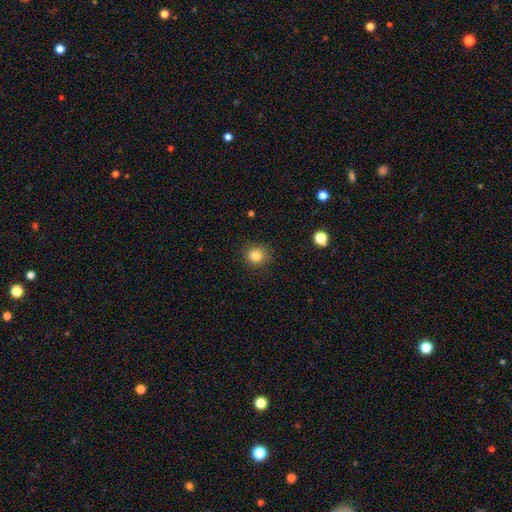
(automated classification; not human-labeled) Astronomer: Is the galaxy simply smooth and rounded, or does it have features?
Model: smooth — 83%.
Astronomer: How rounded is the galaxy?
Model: round — 87%.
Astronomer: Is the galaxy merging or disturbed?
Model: none — 87%.